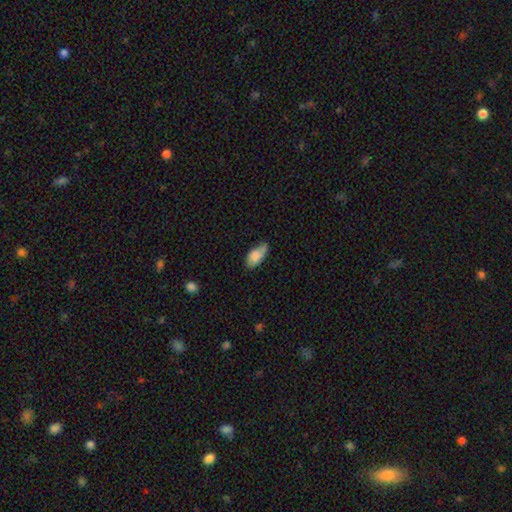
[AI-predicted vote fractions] smooth_or_featured: smooth (p=0.80) [alt: featured or disk p=0.13]
how_rounded: in between (p=0.90) [alt: cigar-shaped p=0.07]
merging: none (p=0.51) [alt: minor disturbance p=0.35]